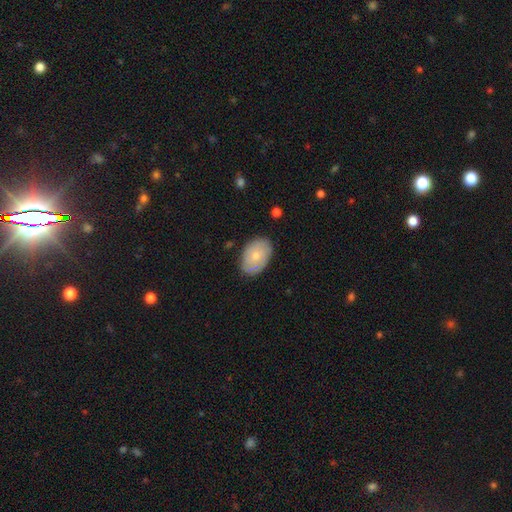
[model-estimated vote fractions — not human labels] smooth-or-featured: smooth: 58% | featured or disk: 36% | star or artifact: 6%
  how-rounded: in between: 87% | round: 12% | cigar-shaped: 1%
  merging: none: 81% | minor disturbance: 15% | major disturbance: 3% | merger: 1%